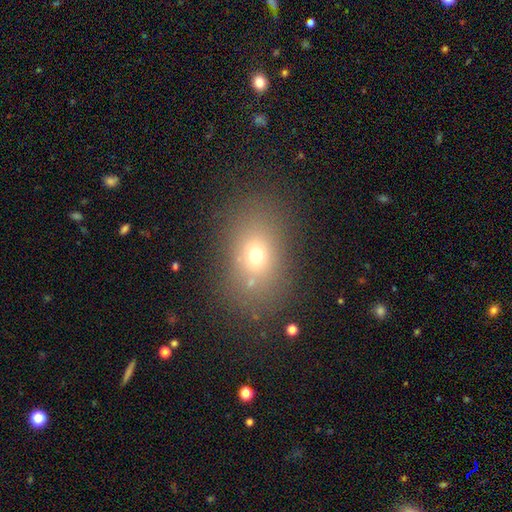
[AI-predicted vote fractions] smooth_or_featured: smooth (p=0.66) [alt: star or artifact p=0.19]
how_rounded: in between (p=0.67) [alt: round p=0.31]
merging: none (p=0.76) [alt: minor disturbance p=0.12]